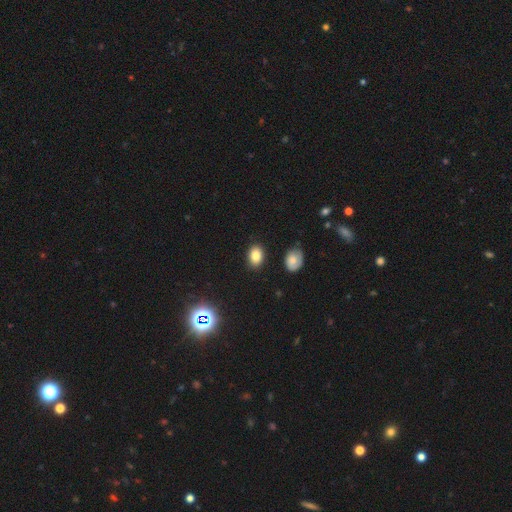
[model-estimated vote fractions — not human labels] Smooth or featured? Predicted: smooth (p=0.82). How rounded? Predicted: in between (p=0.80). Merging? Predicted: none (p=0.86).